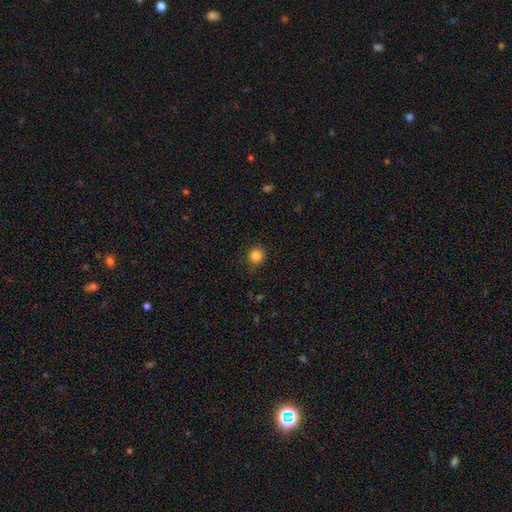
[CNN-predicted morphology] Smooth or featured? smooth (84%)
How rounded? round (92%)
Merging? none (87%)